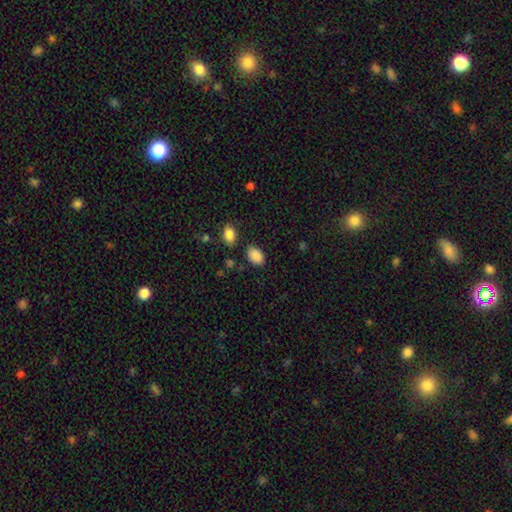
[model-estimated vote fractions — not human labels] Smooth or featured? Predicted: smooth (p=0.89). How rounded? Predicted: in between (p=0.86). Merging? Predicted: none (p=0.82).